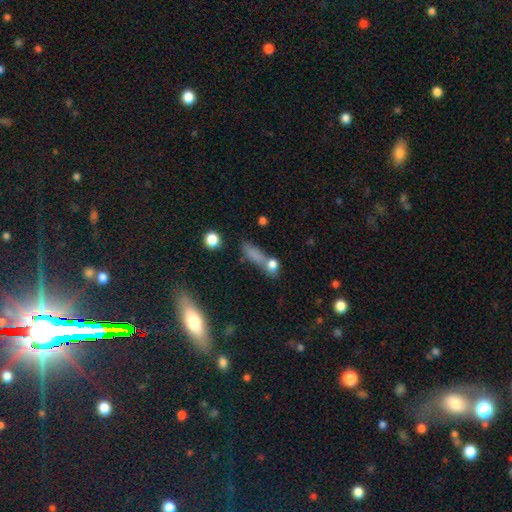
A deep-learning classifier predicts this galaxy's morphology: Overall: smooth (68%). How rounded: cigar-shaped (52%; in between 35%). Merging: none (56%; merger 22%).